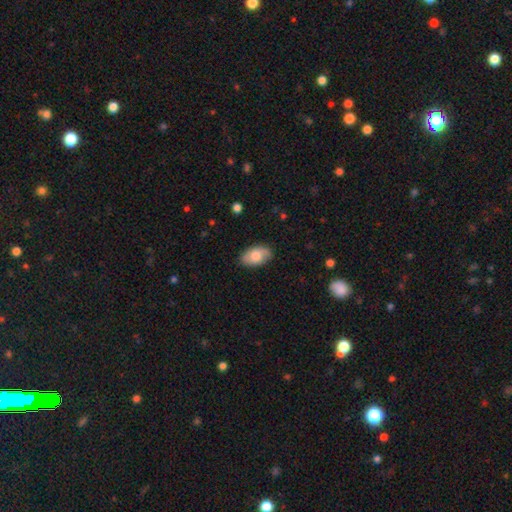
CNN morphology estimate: Smooth or featured? smooth (70%)
How rounded? in between (93%)
Merging? none (81%)